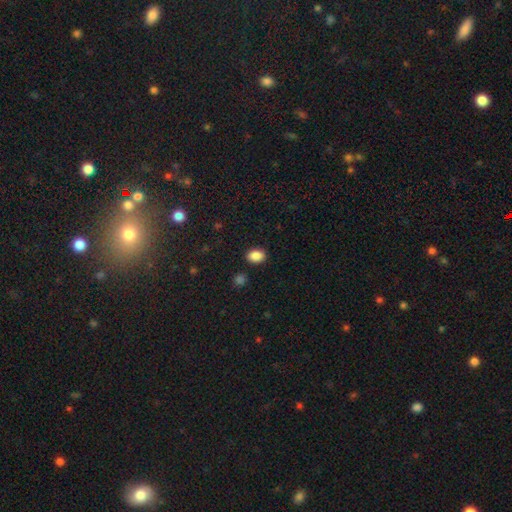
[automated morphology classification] Smooth or featured?
  - smooth: 88% *
  - star or artifact: 9%
  - featured or disk: 3%
How rounded?
  - in between: 73% *
  - round: 26%
  - cigar-shaped: 1%
Merging?
  - none: 88% *
  - minor disturbance: 8%
  - major disturbance: 2%
  - merger: 2%